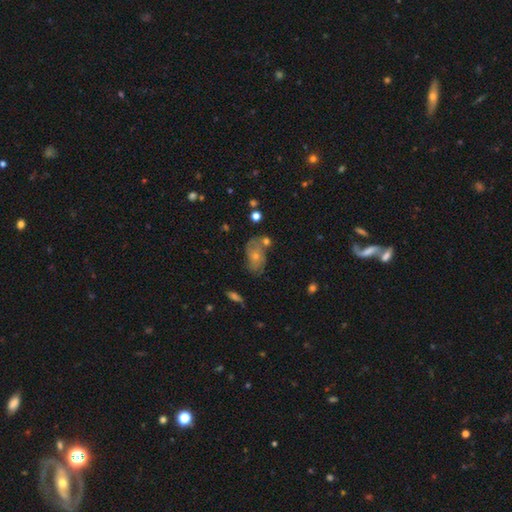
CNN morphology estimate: A smooth galaxy with no disk features (50%). Merging: none (49%).